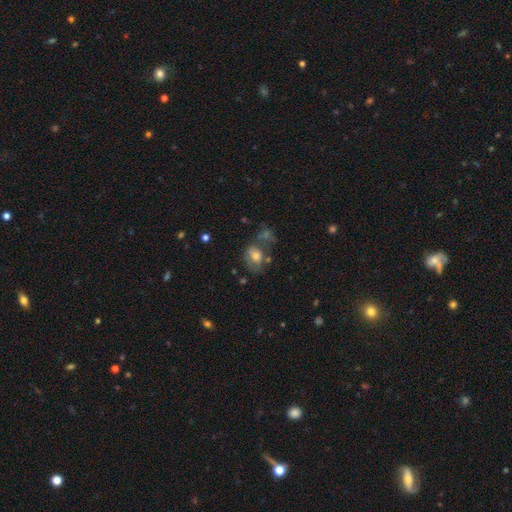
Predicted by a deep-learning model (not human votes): Overall: smooth (65%). How rounded: in between (70%). Merging: none (41%; minor disturbance 22%).